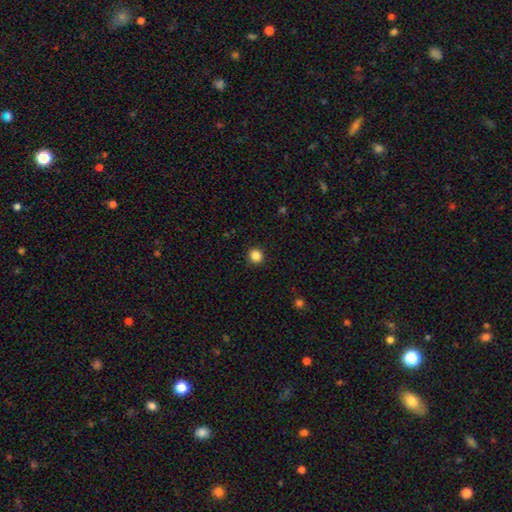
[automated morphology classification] Smooth or featured? Predicted: smooth (p=0.86). How rounded? Predicted: round (p=0.89). Merging? Predicted: none (p=0.91).